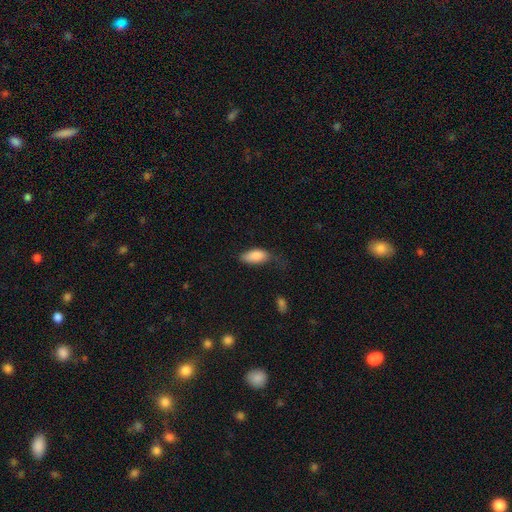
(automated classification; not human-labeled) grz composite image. It shows a smooth galaxy with no disk features (86%) that is in between round and cigar-shaped (89%). Merging: none (50%).